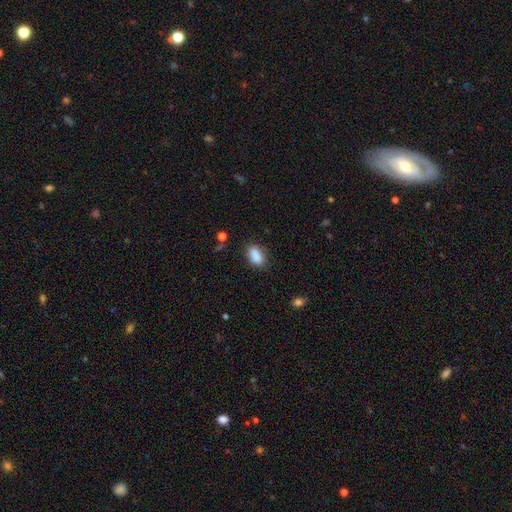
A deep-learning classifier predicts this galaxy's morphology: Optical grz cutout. It shows a smooth galaxy with no disk features (87%) that is in between round and cigar-shaped (87%). Merging: none (76%).